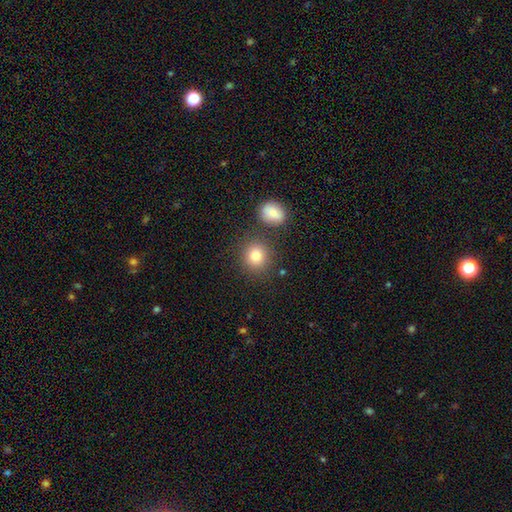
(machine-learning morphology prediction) Smooth or featured? smooth (83%)
How rounded? round (83%)
Merging? none (78%)